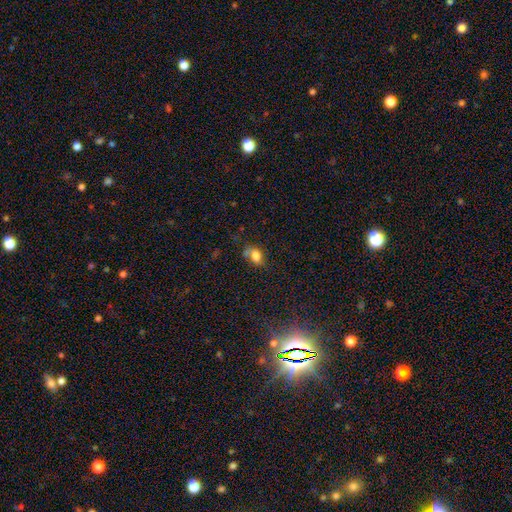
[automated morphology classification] Smooth or featured? smooth (75%)
How rounded? in between (81%)
Merging? none (47%)